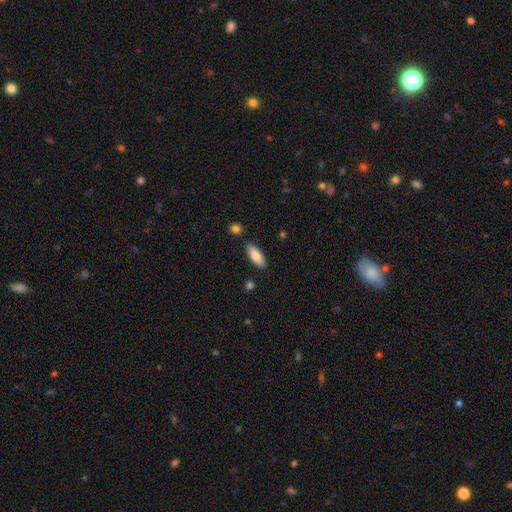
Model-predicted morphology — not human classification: This appears to be a smooth galaxy with no disk features (83%) that is in between round and cigar-shaped (72%). Merging: none (86%).